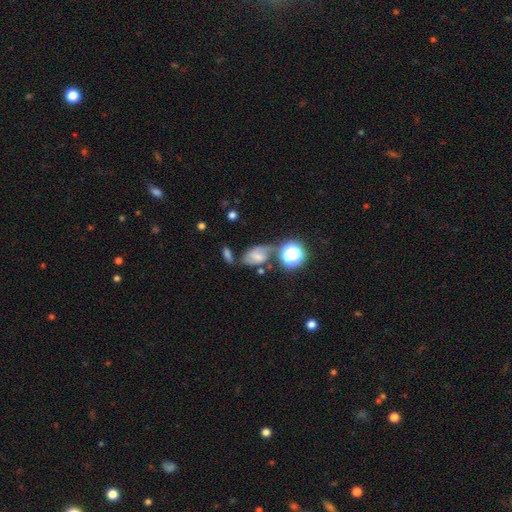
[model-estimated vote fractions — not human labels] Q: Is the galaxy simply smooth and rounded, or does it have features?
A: smooth — 41%.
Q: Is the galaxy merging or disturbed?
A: none — 51%.